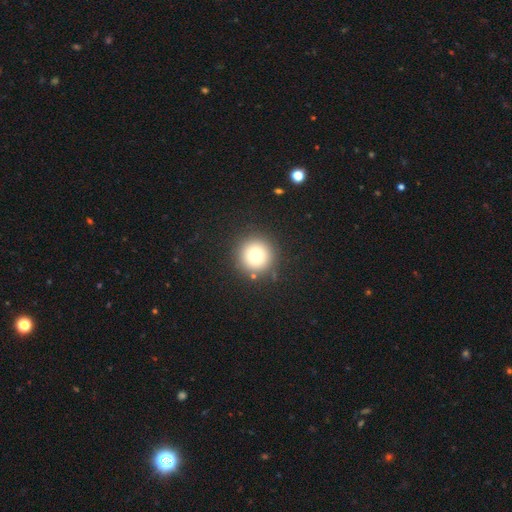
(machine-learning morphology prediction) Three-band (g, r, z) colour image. It shows a smooth galaxy with no disk features (75%) that is round (96%). Merging: none (88%).